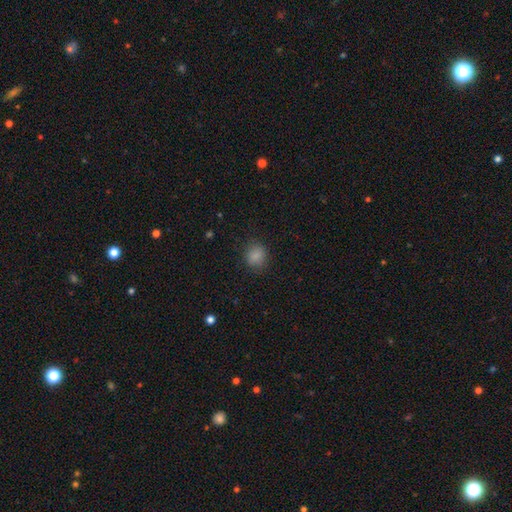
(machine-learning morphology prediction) The model was most divided on "how rounded": round: 79%, in between: 20%, cigar-shaped: 1%. More confident: smooth or featured — smooth (86%); merging — none (85%).